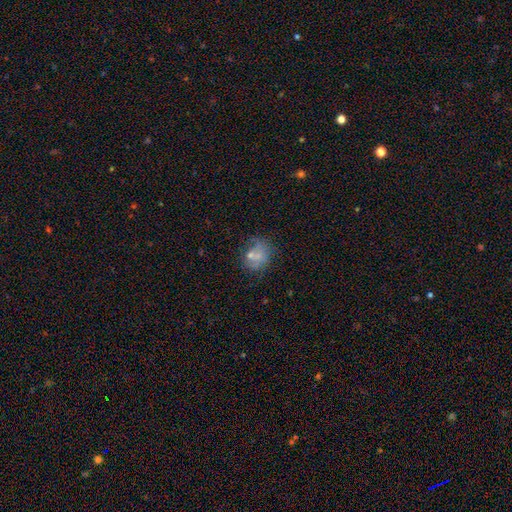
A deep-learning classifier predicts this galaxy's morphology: Smooth or featured?
  - smooth: 54% *
  - featured or disk: 31%
  - star or artifact: 15%
How rounded?
  - round: 66% *
  - in between: 32%
  - cigar-shaped: 1%
Merging?
  - none: 52% *
  - minor disturbance: 22%
  - major disturbance: 14%
  - merger: 13%